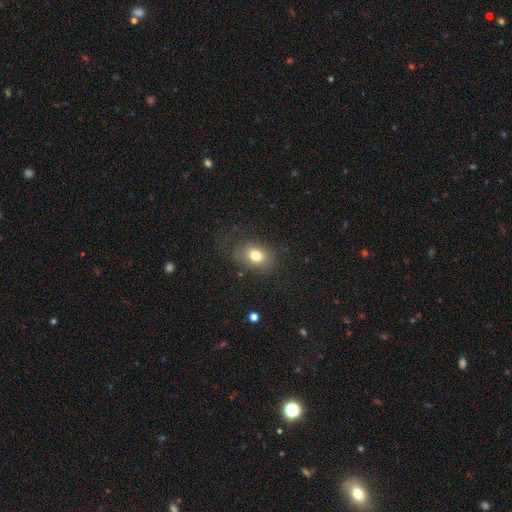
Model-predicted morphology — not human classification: A smooth galaxy with no disk features (77%) that is in between round and cigar-shaped (66%).

Vote fractions:
- Smooth or featured? smooth: 77% / star or artifact: 12% / featured or disk: 12%
- How rounded? in between: 66% / round: 33% / cigar-shaped: 1%
- Merging? none: 75% / minor disturbance: 16% / major disturbance: 8% / merger: 1%